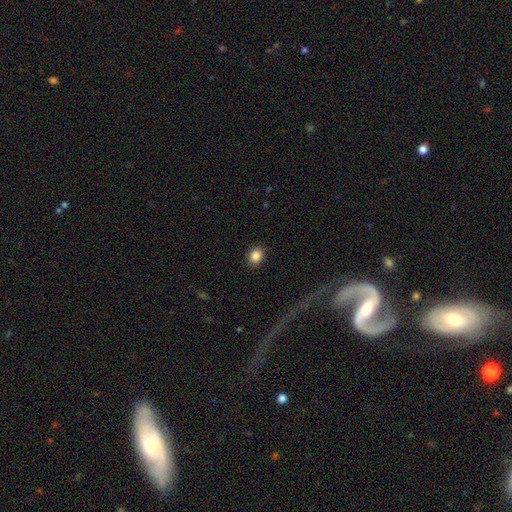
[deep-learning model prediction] Smooth or featured?
  - smooth: 86% *
  - star or artifact: 9%
  - featured or disk: 5%
How rounded?
  - round: 59% *
  - in between: 40%
  - cigar-shaped: 1%
Merging?
  - none: 90% *
  - minor disturbance: 7%
  - major disturbance: 2%
  - merger: 1%